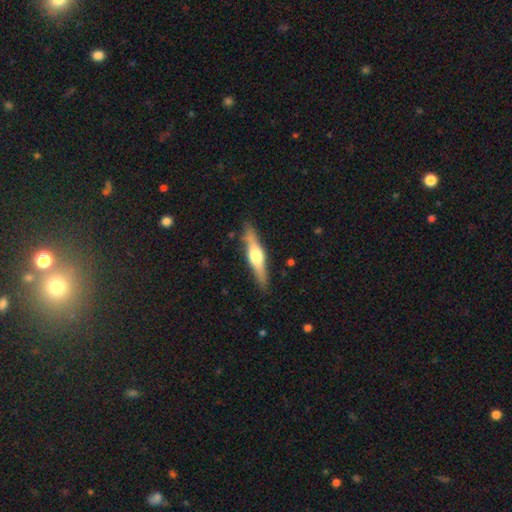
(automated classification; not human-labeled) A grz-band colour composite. It shows a featured or disk galaxy (60%) viewed edge-on (95%) with a rounded central bulge (90%). Merging: none (85%).